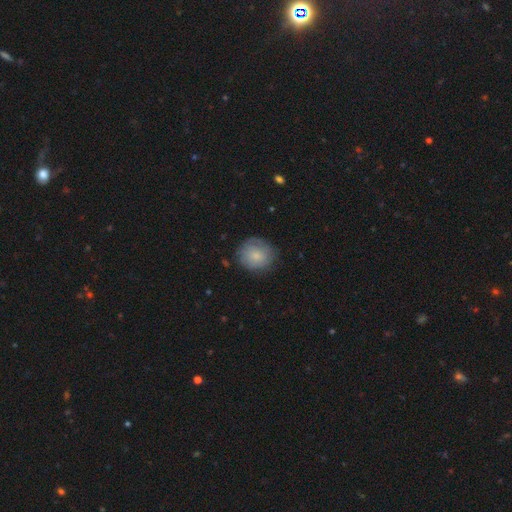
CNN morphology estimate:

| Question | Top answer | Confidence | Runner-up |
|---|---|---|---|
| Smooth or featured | smooth | 72% | featured or disk (21%) |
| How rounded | round | 81% | in between (18%) |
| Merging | none | 76% | minor disturbance (18%) |